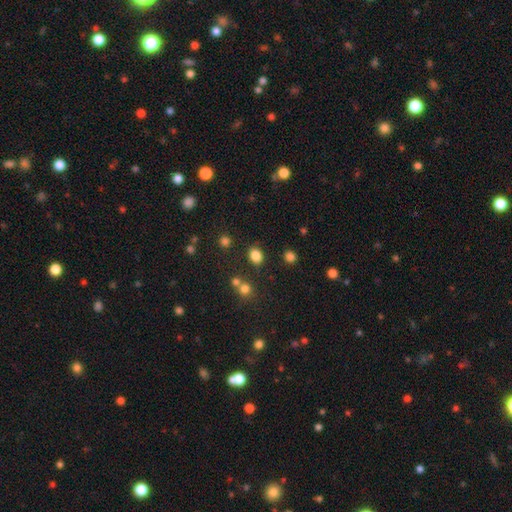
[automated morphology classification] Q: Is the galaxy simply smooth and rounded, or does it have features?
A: smooth — 83%.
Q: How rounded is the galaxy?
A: in between — 55%.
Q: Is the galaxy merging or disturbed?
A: none — 82%.